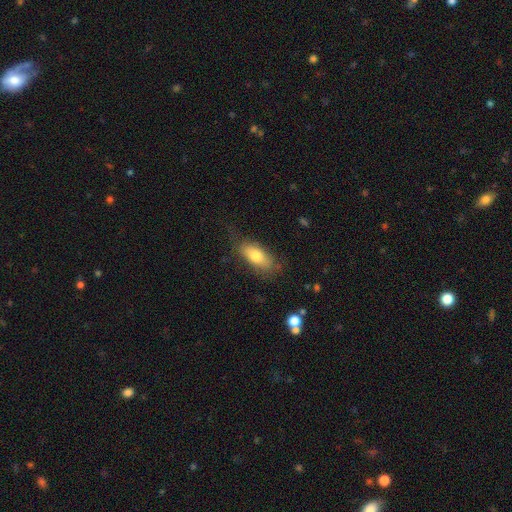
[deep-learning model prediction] smooth_or_featured: smooth (p=0.74) [alt: featured or disk p=0.19]
how_rounded: in between (p=0.82) [alt: cigar-shaped p=0.15]
merging: none (p=0.72) [alt: minor disturbance p=0.19]